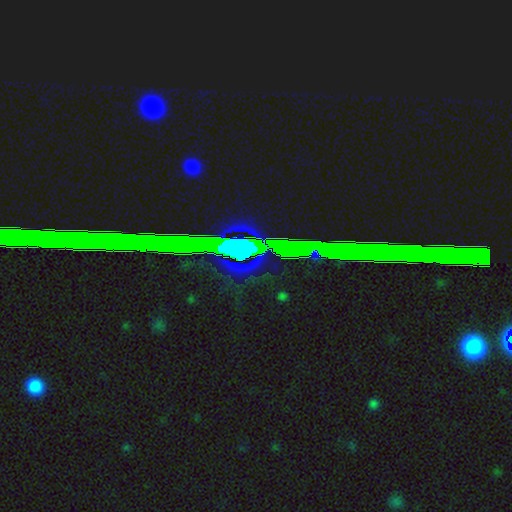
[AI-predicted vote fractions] Smooth or featured?
  - star or artifact: 80% *
  - featured or disk: 11%
  - smooth: 9%